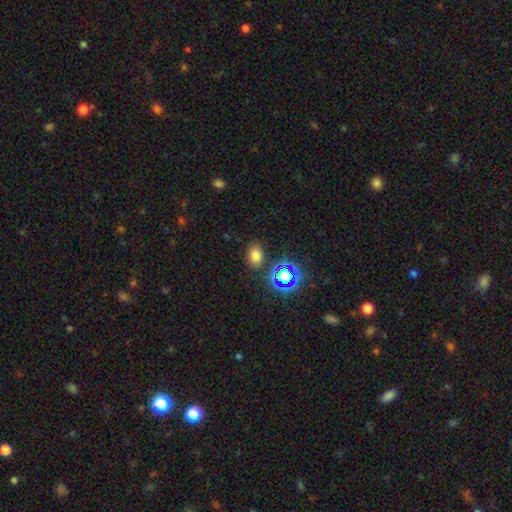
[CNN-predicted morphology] Smooth or featured? smooth (71%)
How rounded? in between (73%)
Merging? none (82%)